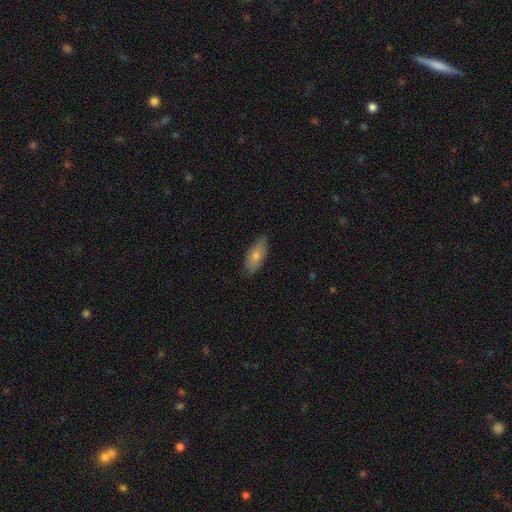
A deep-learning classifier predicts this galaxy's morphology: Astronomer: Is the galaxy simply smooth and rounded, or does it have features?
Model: smooth — 74%.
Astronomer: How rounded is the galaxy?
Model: in between — 84%.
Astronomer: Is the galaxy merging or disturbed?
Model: none — 76%.